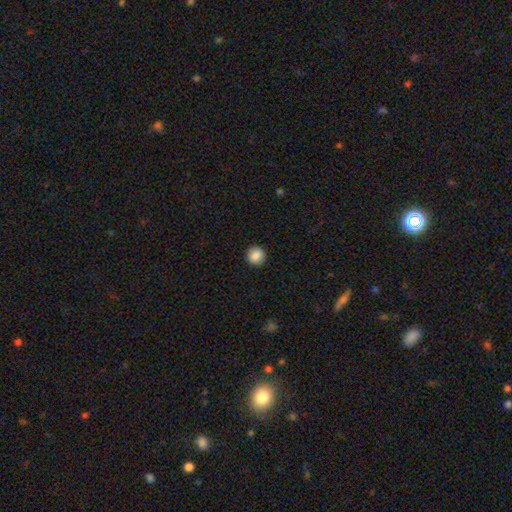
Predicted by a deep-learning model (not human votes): smooth 88%, star or artifact 9%, featured or disk 3%. Down the decision tree: how rounded — round (94%); merging — none (92%).